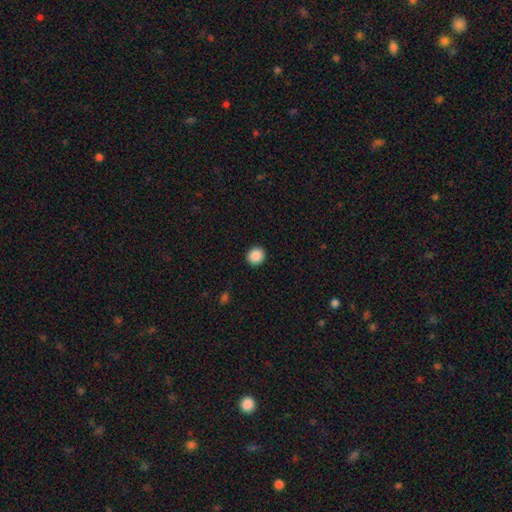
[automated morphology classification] Overall: smooth (88%). How rounded: round (88%). Merging: none (92%).